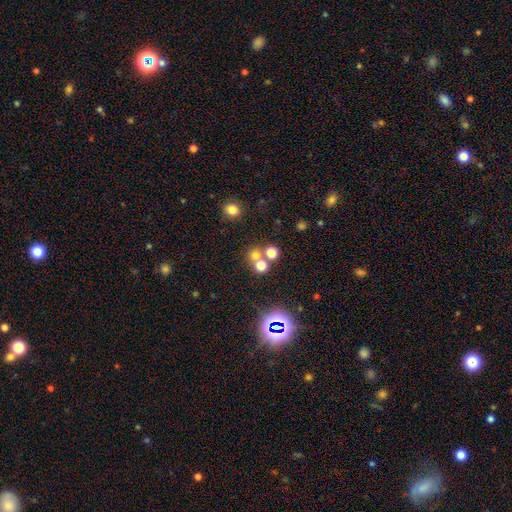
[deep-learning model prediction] The model was most divided on "merging": none: 53%, merger: 37%, minor disturbance: 6%, major disturbance: 4%. More confident: how rounded — round (86%); smooth or featured — smooth (64%).